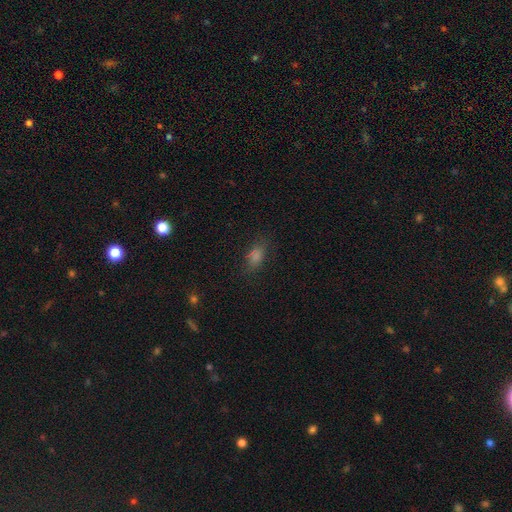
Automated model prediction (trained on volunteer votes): smooth 73%, star or artifact 18%, featured or disk 10%. Down the decision tree: how rounded — in between (77%); merging — none (76%).